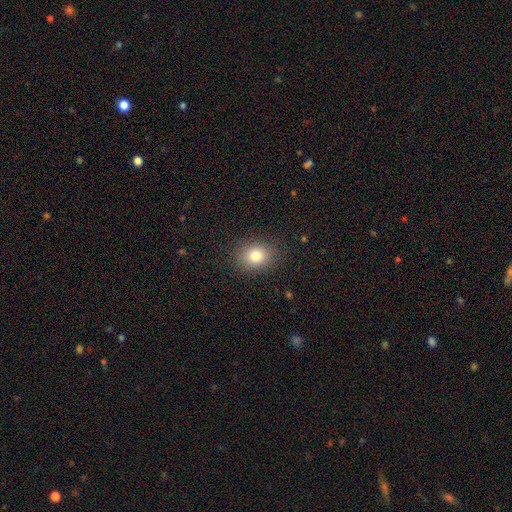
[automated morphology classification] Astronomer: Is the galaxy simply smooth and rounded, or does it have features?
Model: smooth — 82%.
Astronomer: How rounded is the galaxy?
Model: in between — 51% (runner-up: round, 48%).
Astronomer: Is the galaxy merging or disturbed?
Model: none — 86%.